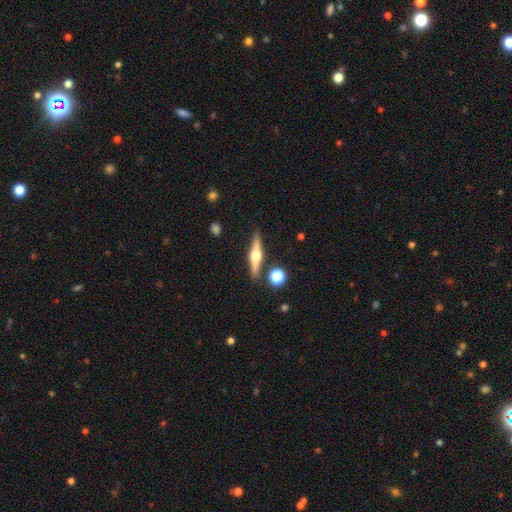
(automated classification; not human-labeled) A featured or disk galaxy (67%) viewed edge-on (97%) with a rounded central bulge (95%). Merging: none (86%).